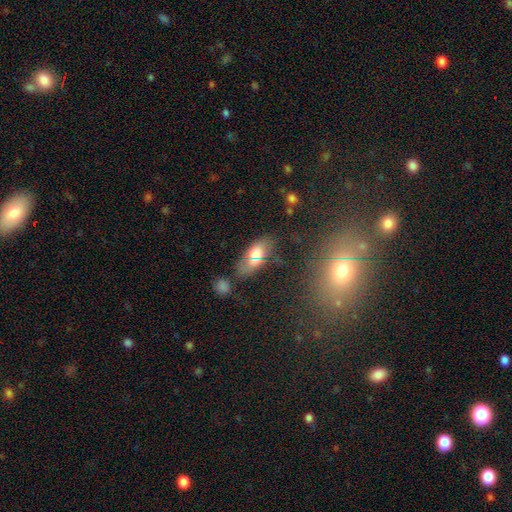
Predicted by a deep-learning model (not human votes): smooth-or-featured: smooth: 67% | featured or disk: 19% | star or artifact: 14%
  how-rounded: in between: 82% | cigar-shaped: 12% | round: 6%
  merging: none: 63% | minor disturbance: 19% | merger: 11% | major disturbance: 8%